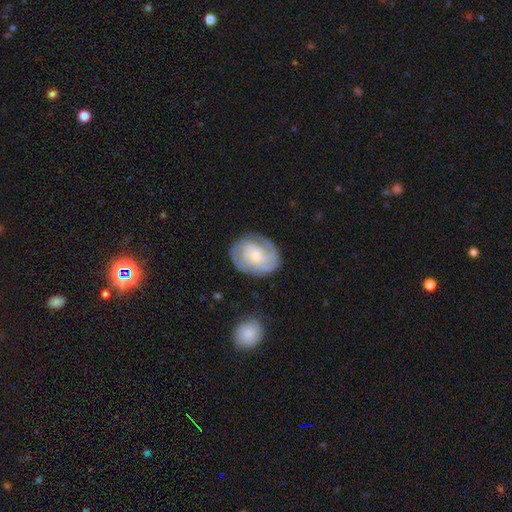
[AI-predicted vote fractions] Smooth or featured? featured or disk (72%)
Edge-on disk? no (98%)
Bar? no (71%)
Spiral arms? yes (88%)
Spiral winding? tight (55%)
Spiral arm count? can't tell (34%)
Bulge size? small (50%)
Merging? none (73%)